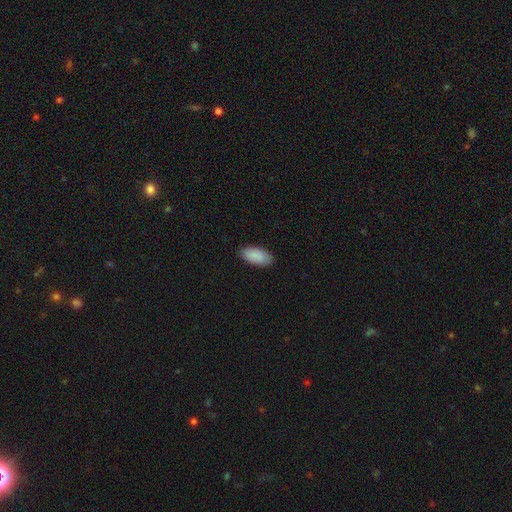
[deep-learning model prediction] Smooth or featured? Predicted: smooth (p=0.90). How rounded? Predicted: in between (p=0.92). Merging? Predicted: none (p=0.88).